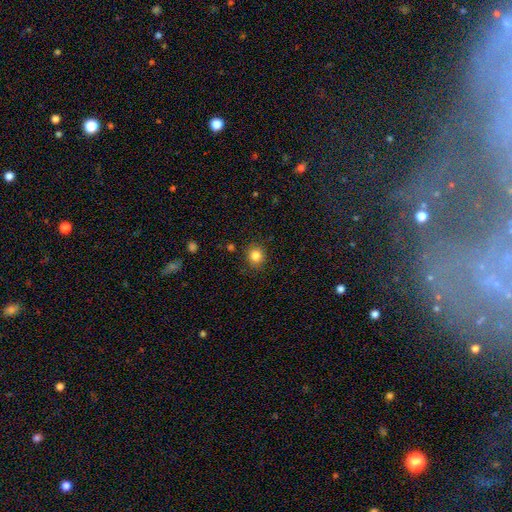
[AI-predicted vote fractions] smooth-or-featured: smooth: 84% | star or artifact: 11% | featured or disk: 5%
  how-rounded: round: 84% | in between: 15% | cigar-shaped: 1%
  merging: none: 86% | minor disturbance: 9% | major disturbance: 3% | merger: 2%